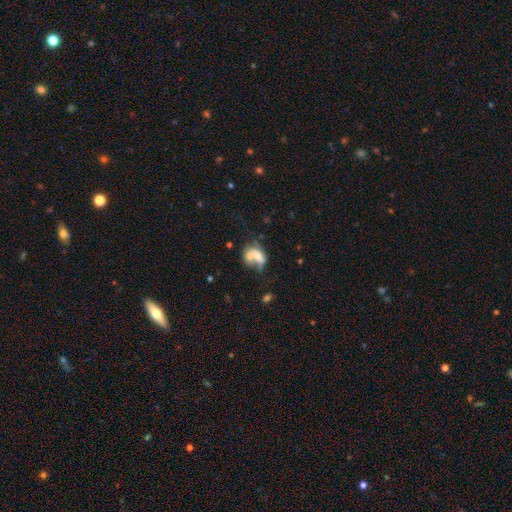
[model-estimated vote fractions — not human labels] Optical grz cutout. It shows a smooth galaxy with no disk features (55%) that is in between round and cigar-shaped (70%). Merging: merger (63%).